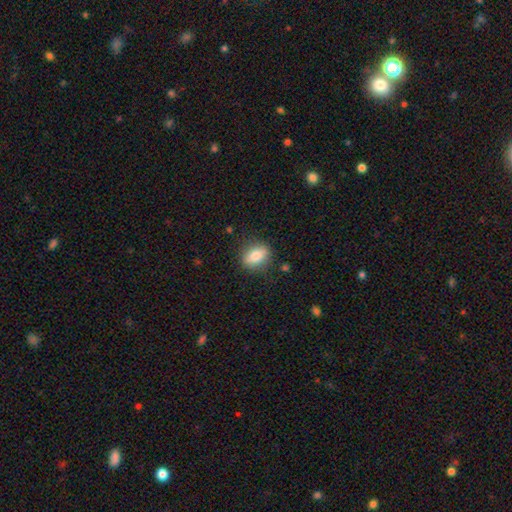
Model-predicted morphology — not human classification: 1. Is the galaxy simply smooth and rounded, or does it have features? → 78% smooth, 14% featured or disk, 7% star or artifact.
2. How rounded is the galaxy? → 68% in between, 28% round, 4% cigar-shaped.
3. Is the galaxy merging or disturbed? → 83% none, 12% minor disturbance, 3% major disturbance, 1% merger.